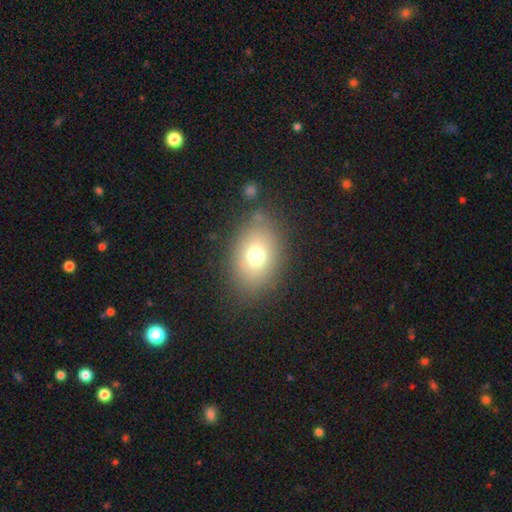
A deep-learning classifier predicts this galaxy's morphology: Overall: smooth (73%). How rounded: in between (72%). Merging: none (80%).